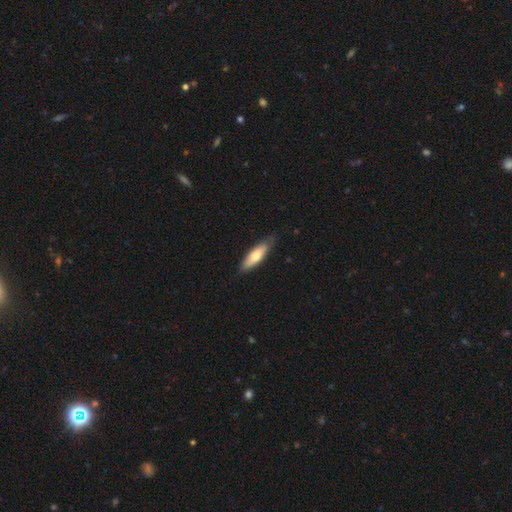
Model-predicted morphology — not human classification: smooth-or-featured: smooth: 70% | featured or disk: 25% | star or artifact: 6%
  how-rounded: cigar-shaped: 51% | in between: 47% | round: 2%
  merging: none: 81% | minor disturbance: 16% | major disturbance: 2% | merger: 1%